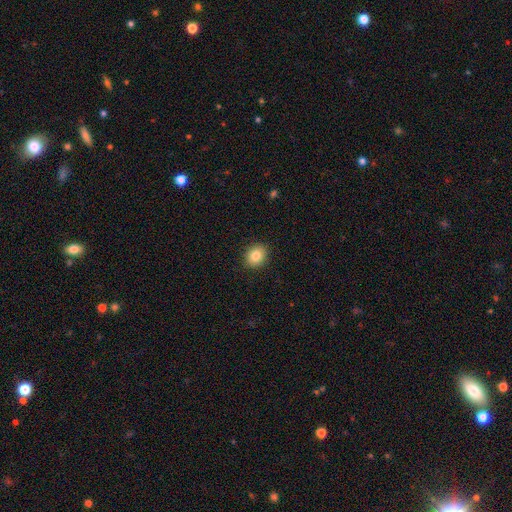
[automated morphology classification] smooth-or-featured: smooth: 84% | star or artifact: 9% | featured or disk: 7%
  how-rounded: round: 65% | in between: 34% | cigar-shaped: 1%
  merging: none: 91% | minor disturbance: 7% | major disturbance: 2% | merger: 1%